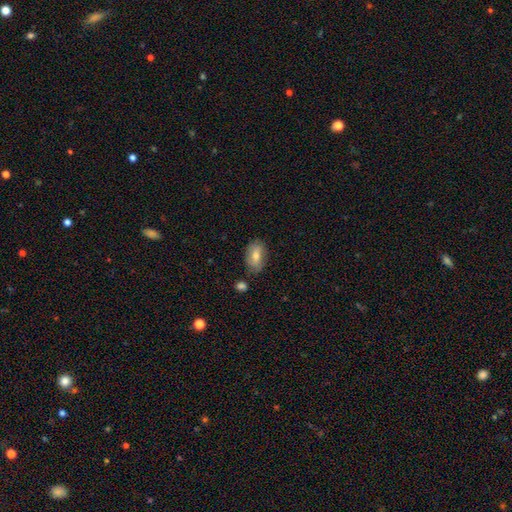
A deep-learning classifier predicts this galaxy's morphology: type=smooth (68%); roundness=in between (89%); merging=none (78%).